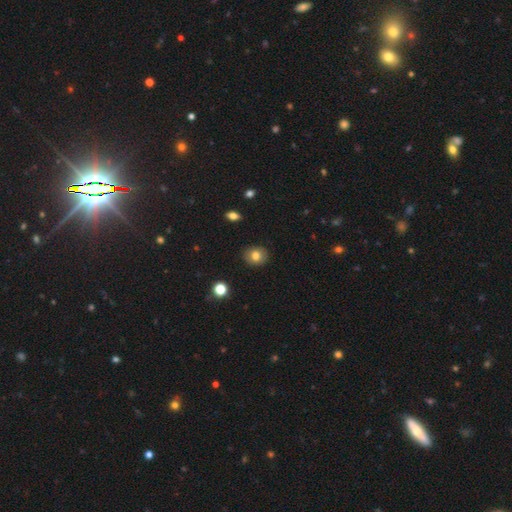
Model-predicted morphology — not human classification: Q: Smooth or featured?
A: smooth (79%); runner-up: featured or disk (10%)
Q: How rounded?
A: round (70%); runner-up: in between (29%)
Q: Merging?
A: none (88%); runner-up: minor disturbance (9%)